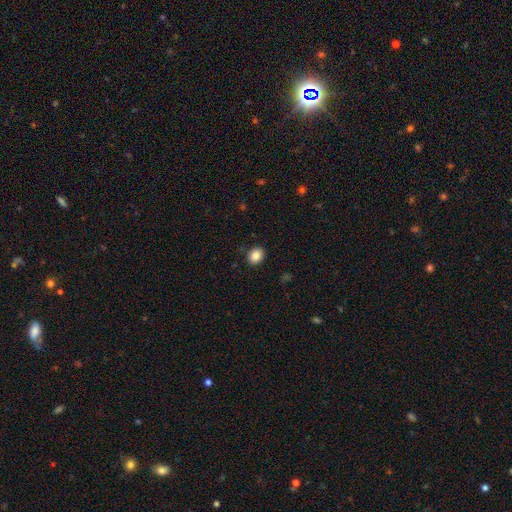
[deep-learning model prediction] Overall: smooth (87%). How rounded: round (50%; in between 49%). Merging: none (88%).